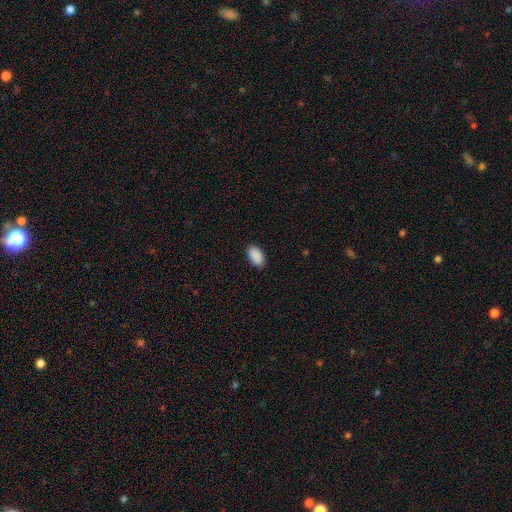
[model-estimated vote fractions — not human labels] Smooth or featured? smooth (91%)
How rounded? in between (94%)
Merging? none (89%)